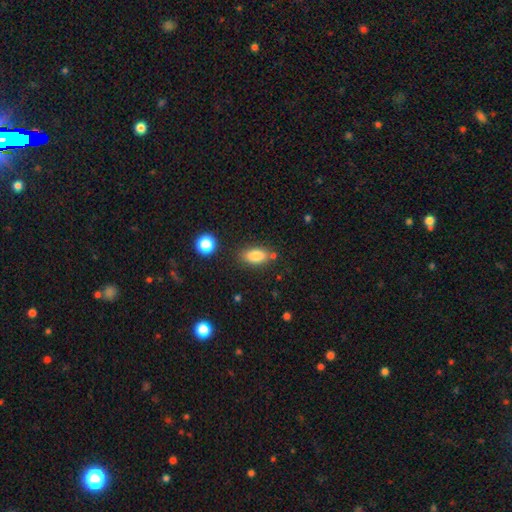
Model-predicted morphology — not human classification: Q: Smooth or featured?
A: smooth (84%); runner-up: star or artifact (9%)
Q: How rounded?
A: in between (87%); runner-up: cigar-shaped (7%)
Q: Merging?
A: none (76%); runner-up: minor disturbance (14%)